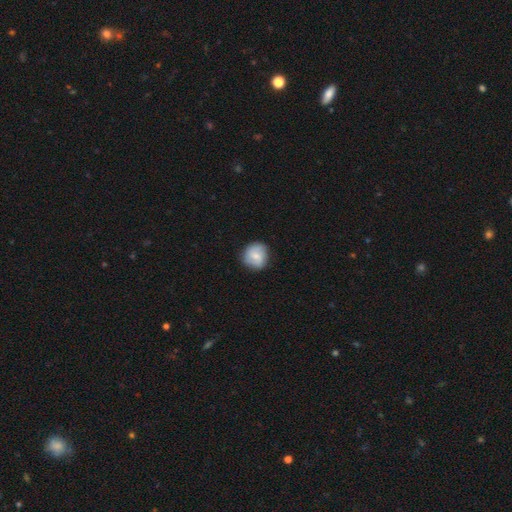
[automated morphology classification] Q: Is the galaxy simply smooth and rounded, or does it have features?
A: smooth — 67%.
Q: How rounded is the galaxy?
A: round — 87%.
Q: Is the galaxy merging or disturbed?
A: none — 80%.